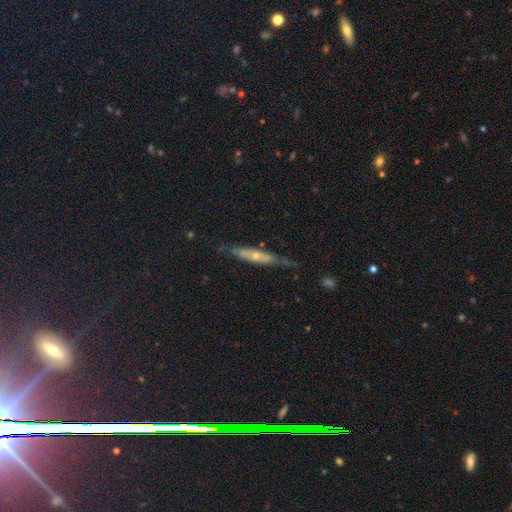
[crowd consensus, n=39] Smooth or featured?
  - featured or disk: 67% *
  - smooth: 31%
  - star or artifact: 3%
Edge-on disk?
  - yes: 77% *
  - no: 23%
Edge-on bulge?
  - rounded: 70% *
  - none: 30%
  - boxy: 0%
Merging?
  - none: 61% *
  - minor disturbance: 21%
  - major disturbance: 13%
  - merger: 5%